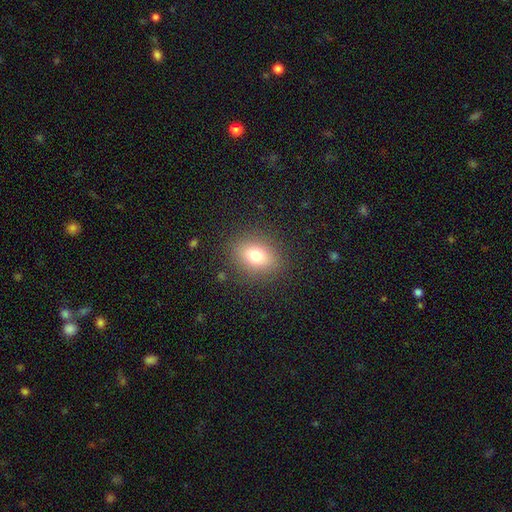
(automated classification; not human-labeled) Smooth or featured: smooth — 76% (star or artifact — 13%)
How rounded: in between — 53% (round — 45%)
Merging: none — 86% (minor disturbance — 9%)